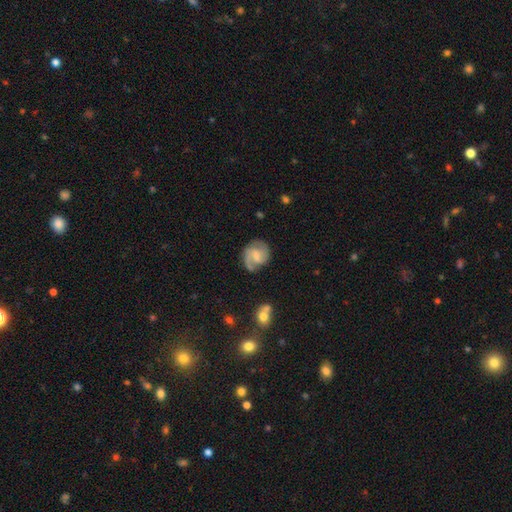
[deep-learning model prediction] smooth_or_featured: featured or disk (p=0.71) [alt: smooth p=0.22]
disk_edge_on: no (p=0.98) [alt: yes p=0.02]
bar: weak (p=0.53) [alt: no p=0.34]
has_spiral_arms: yes (p=0.93) [alt: no p=0.07]
spiral_winding: medium (p=0.48) [alt: tight p=0.30]
spiral_arm_count: 2 (p=0.67) [alt: 1 p=0.16]
bulge_size: small (p=0.37) [alt: moderate p=0.29]
merging: none (p=0.64) [alt: minor disturbance p=0.22]